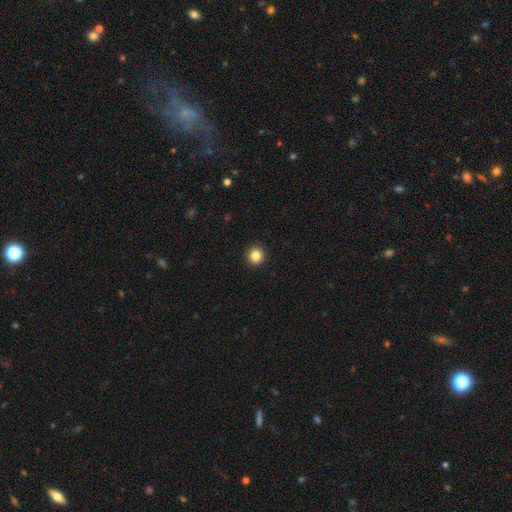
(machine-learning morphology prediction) Smooth or featured? smooth (85%)
How rounded? round (93%)
Merging? none (93%)